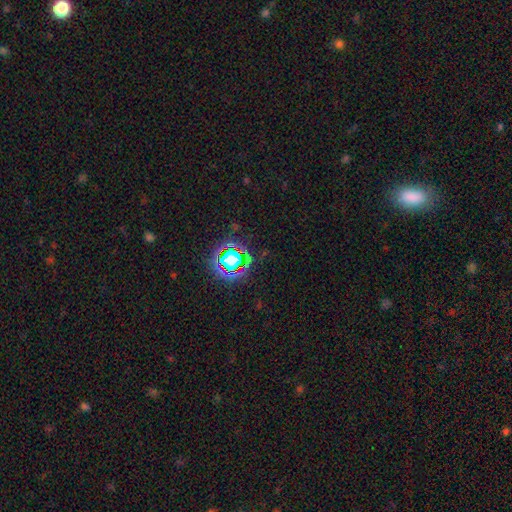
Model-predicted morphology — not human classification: The model was most divided on "smooth or featured": star or artifact: 75%, smooth: 17%, featured or disk: 8%.